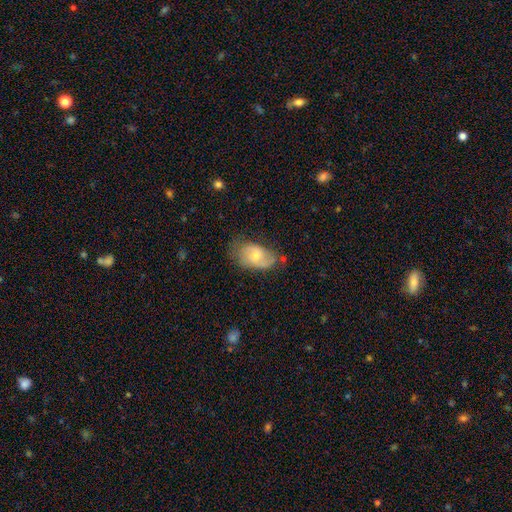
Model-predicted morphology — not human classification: Q: Smooth or featured?
A: smooth (47%); runner-up: featured or disk (46%)
Q: Merging?
A: none (51%); runner-up: minor disturbance (31%)